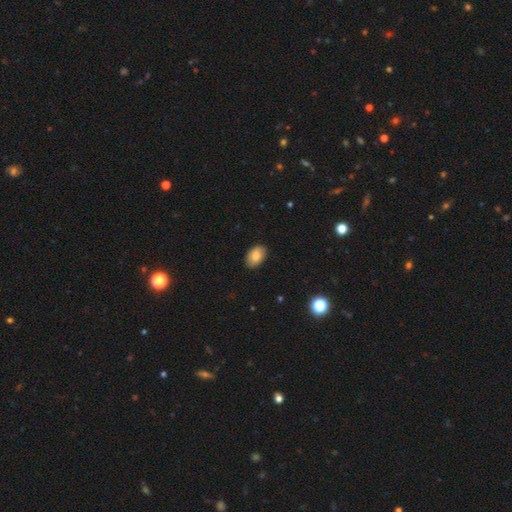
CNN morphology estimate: Smooth or featured?
  - smooth: 85% *
  - featured or disk: 8%
  - star or artifact: 7%
How rounded?
  - in between: 90% *
  - round: 9%
  - cigar-shaped: 1%
Merging?
  - none: 88% *
  - minor disturbance: 9%
  - major disturbance: 2%
  - merger: 1%